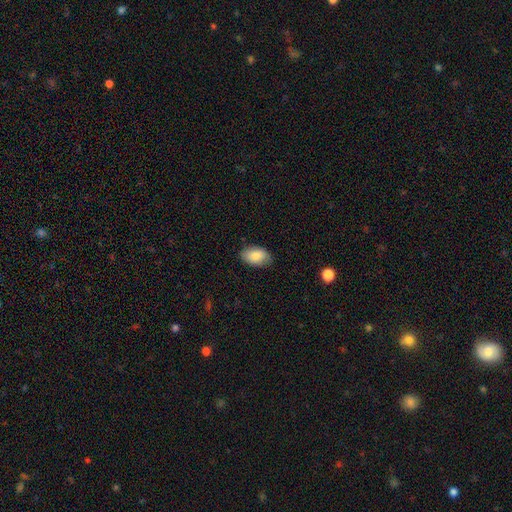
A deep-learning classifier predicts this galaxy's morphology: Q: Smooth or featured?
A: smooth (84%); runner-up: featured or disk (10%)
Q: How rounded?
A: in between (92%); runner-up: round (6%)
Q: Merging?
A: none (82%); runner-up: minor disturbance (15%)